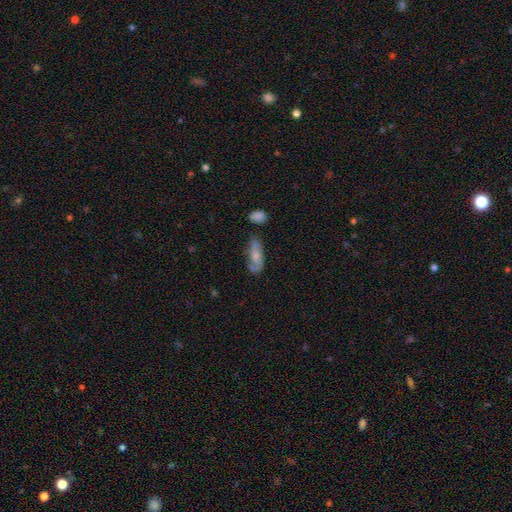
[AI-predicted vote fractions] A featured or disk galaxy (53%).

Vote fractions:
- Smooth or featured? featured or disk: 53% / smooth: 40% / star or artifact: 8%
- Edge-on disk? no: 90% / yes: 10%
- Merging? none: 55% / minor disturbance: 24% / major disturbance: 12% / merger: 8%